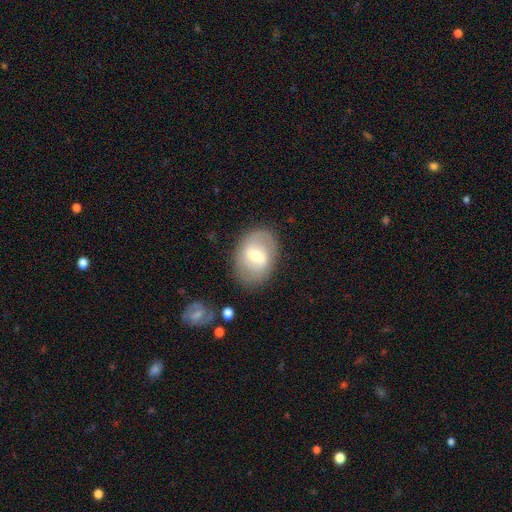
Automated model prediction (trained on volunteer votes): Smooth or featured? Predicted: featured or disk (p=0.62). Edge-on disk? Predicted: no (p=0.95). Bar? Predicted: weak (p=0.57). Spiral arms? Predicted: yes (p=0.72). Bulge size? Predicted: moderate (p=0.65). Merging? Predicted: none (p=0.79).